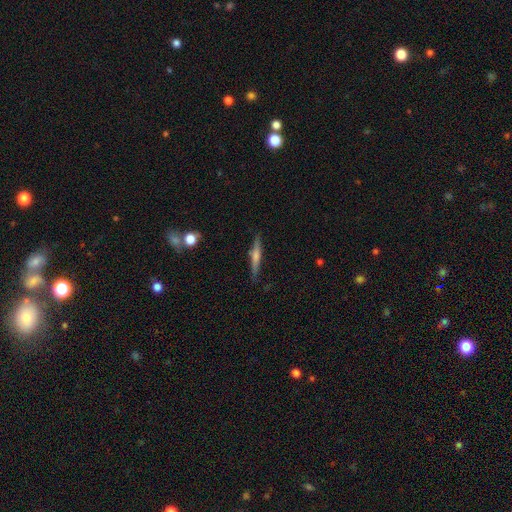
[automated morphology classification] Smooth or featured? Predicted: featured or disk (p=0.67). Edge-on disk? Predicted: yes (p=0.97). Edge-on bulge? Predicted: rounded (p=0.74). Merging? Predicted: none (p=0.88).